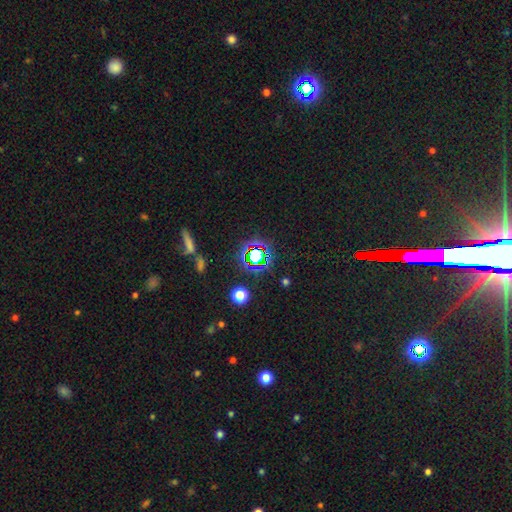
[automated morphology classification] smooth_or_featured: star or artifact (p=0.69) [alt: smooth p=0.21]